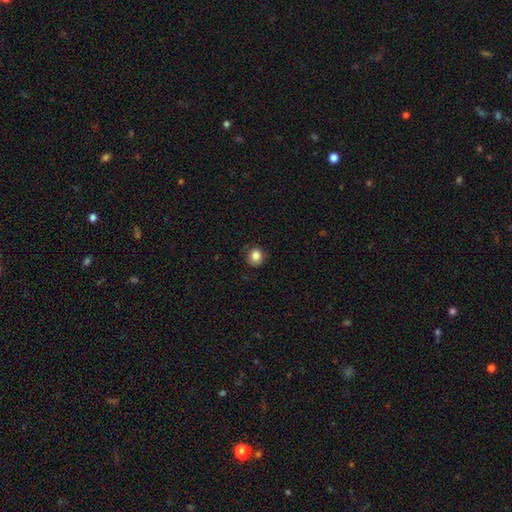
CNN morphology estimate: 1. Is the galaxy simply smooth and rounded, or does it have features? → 84% smooth, 11% star or artifact, 6% featured or disk.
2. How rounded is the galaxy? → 87% round, 12% in between, 1% cigar-shaped.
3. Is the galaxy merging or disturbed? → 83% none, 13% minor disturbance, 3% major disturbance, 1% merger.